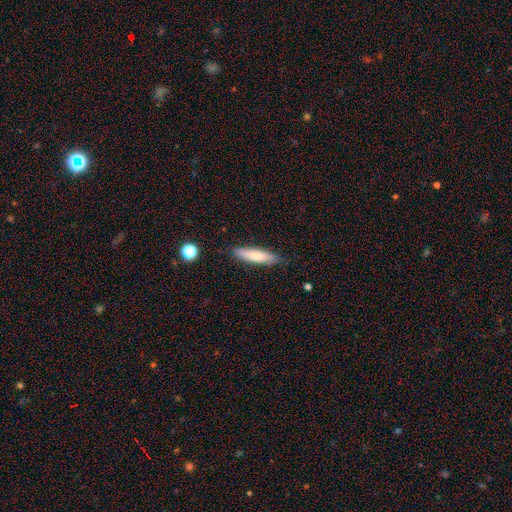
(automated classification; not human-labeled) This appears to be a smooth galaxy with no disk features (72%) that is cigar-shaped (77%). Merging: none (83%).